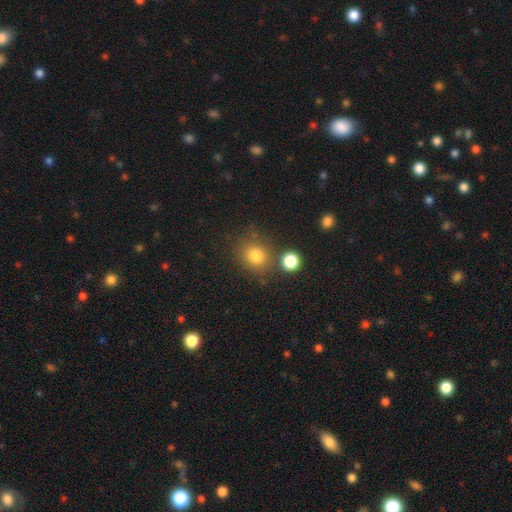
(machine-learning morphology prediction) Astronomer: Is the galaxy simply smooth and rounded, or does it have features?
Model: smooth — 79%.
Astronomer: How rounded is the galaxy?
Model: round — 76%.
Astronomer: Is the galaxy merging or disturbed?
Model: none — 72%.